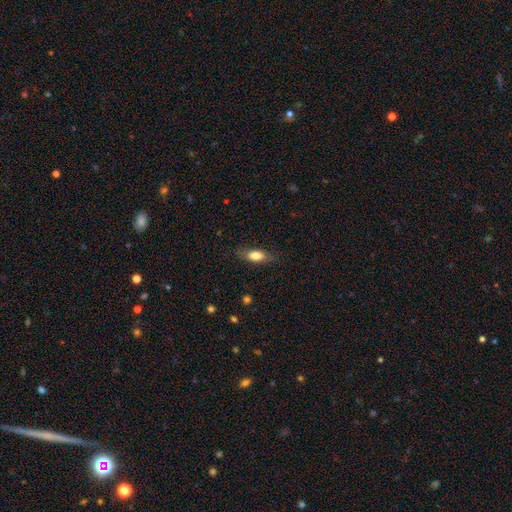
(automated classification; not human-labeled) smooth_or_featured: smooth (p=0.75) [alt: featured or disk p=0.18]
how_rounded: in between (p=0.70) [alt: cigar-shaped p=0.27]
merging: none (p=0.78) [alt: minor disturbance p=0.16]